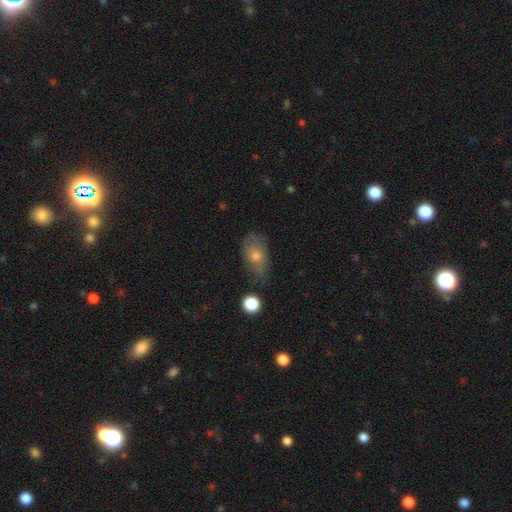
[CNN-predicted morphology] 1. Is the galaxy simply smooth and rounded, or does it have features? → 60% smooth, 28% featured or disk, 12% star or artifact.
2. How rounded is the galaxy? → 82% in between, 15% round, 3% cigar-shaped.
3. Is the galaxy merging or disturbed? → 59% none, 28% minor disturbance, 10% major disturbance, 3% merger.